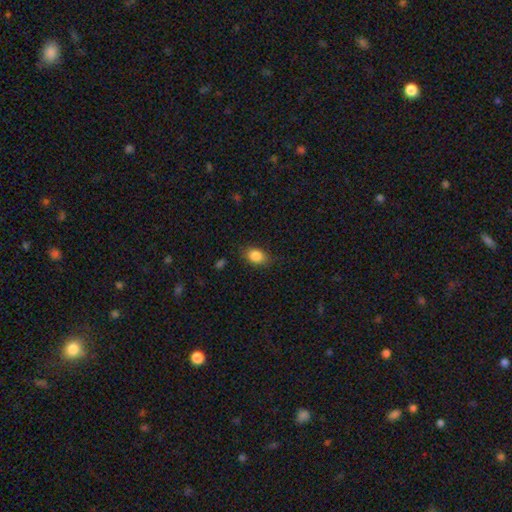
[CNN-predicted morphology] This is clearly a smooth galaxy (86%). How rounded: likely in between (76%). Merging: likely none (76%).